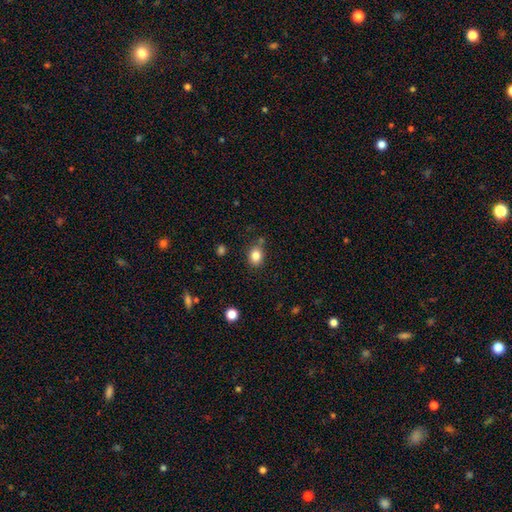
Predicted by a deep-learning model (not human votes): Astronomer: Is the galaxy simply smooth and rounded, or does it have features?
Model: smooth — 83%.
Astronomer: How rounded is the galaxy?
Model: round — 57% (runner-up: in between, 42%).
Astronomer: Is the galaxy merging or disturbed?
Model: none — 76%.